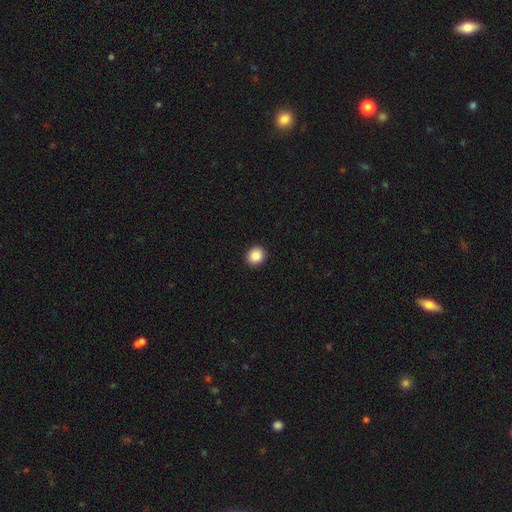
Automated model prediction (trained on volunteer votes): This appears to be a smooth galaxy with no disk features (89%) that is round (83%). Merging: none (92%).